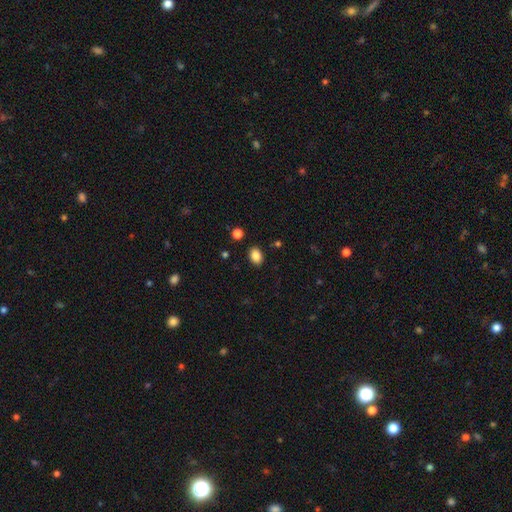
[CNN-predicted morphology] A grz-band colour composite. It shows a smooth galaxy with no disk features (86%) that is in between round and cigar-shaped (78%). Merging: none (88%).